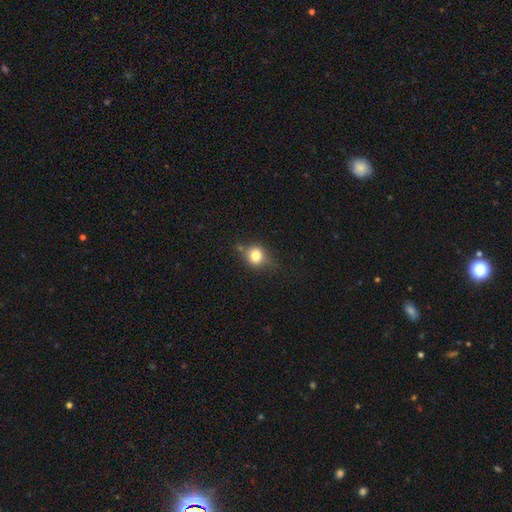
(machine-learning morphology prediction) Overall: smooth (76%). How rounded: round (77%). Merging: none (61%; minor disturbance 25%).